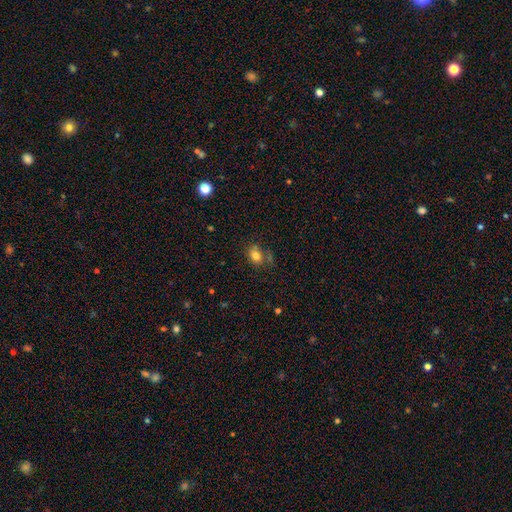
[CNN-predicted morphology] A smooth galaxy with no disk features (78%) that is in between round and cigar-shaped (55%).

Vote fractions:
- Smooth or featured? smooth: 78% / star or artifact: 13% / featured or disk: 10%
- How rounded? in between: 55% / round: 44% / cigar-shaped: 1%
- Merging? none: 59% / minor disturbance: 19% / merger: 14% / major disturbance: 8%